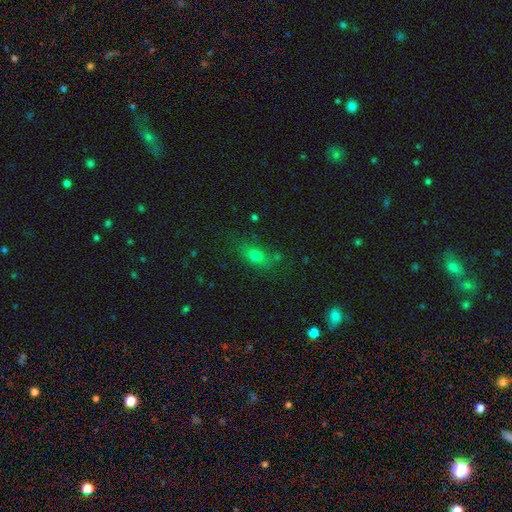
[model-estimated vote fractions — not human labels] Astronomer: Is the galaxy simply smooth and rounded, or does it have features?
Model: smooth — 66%.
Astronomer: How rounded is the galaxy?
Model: in between — 65%.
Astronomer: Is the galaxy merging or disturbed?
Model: none — 73%.